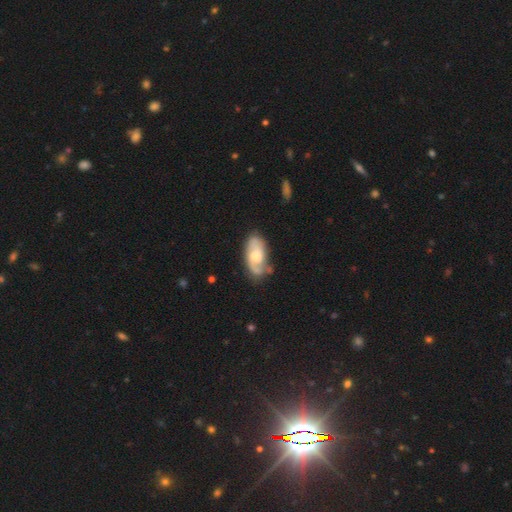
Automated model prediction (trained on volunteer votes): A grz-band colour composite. It shows a featured or disk galaxy (65%) with no bar (62%), 2 (69%) medium (44%) spiral arms (87%) and a moderate central bulge (60%). Merging: none (61%).